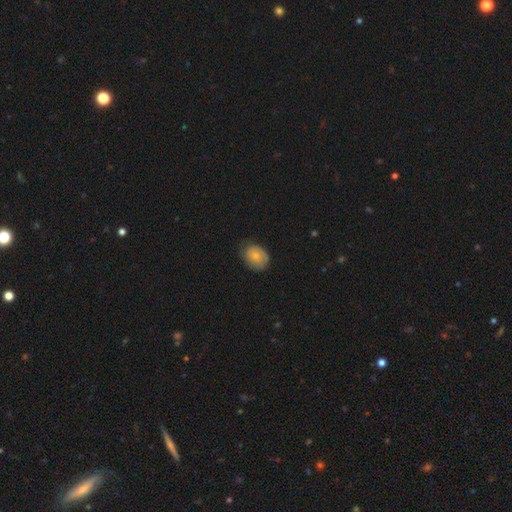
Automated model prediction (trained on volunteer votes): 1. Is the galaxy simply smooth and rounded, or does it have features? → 66% smooth, 27% featured or disk, 7% star or artifact.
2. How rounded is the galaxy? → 58% in between, 41% round, 1% cigar-shaped.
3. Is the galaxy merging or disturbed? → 65% none, 27% minor disturbance, 7% major disturbance, 1% merger.